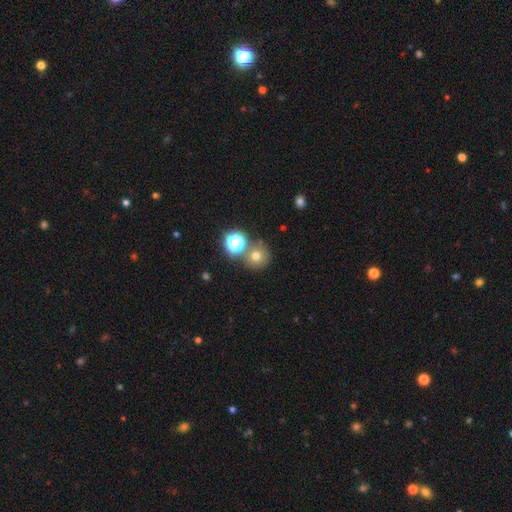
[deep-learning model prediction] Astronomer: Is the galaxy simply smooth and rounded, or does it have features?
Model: smooth — 67%.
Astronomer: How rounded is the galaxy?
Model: round — 90%.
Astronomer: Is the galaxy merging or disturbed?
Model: none — 67%.